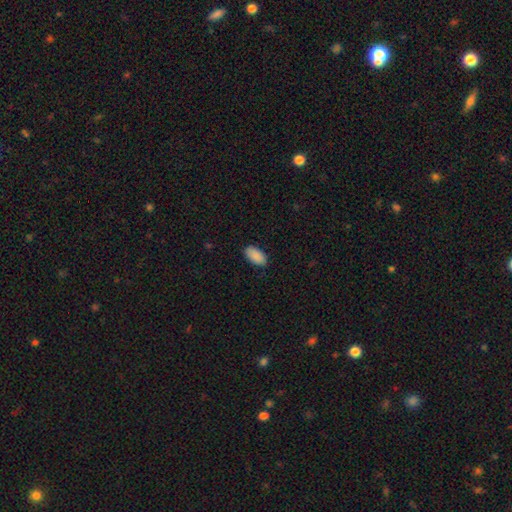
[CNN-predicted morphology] Overall: smooth (91%). How rounded: in between (95%). Merging: none (87%).